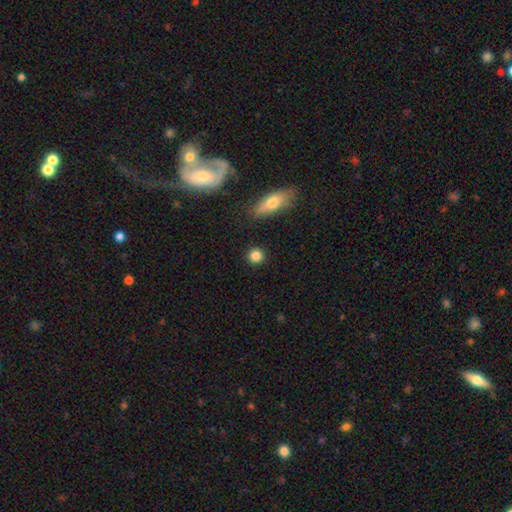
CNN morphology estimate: type=smooth (85%); roundness=round (92%); merging=none (91%).